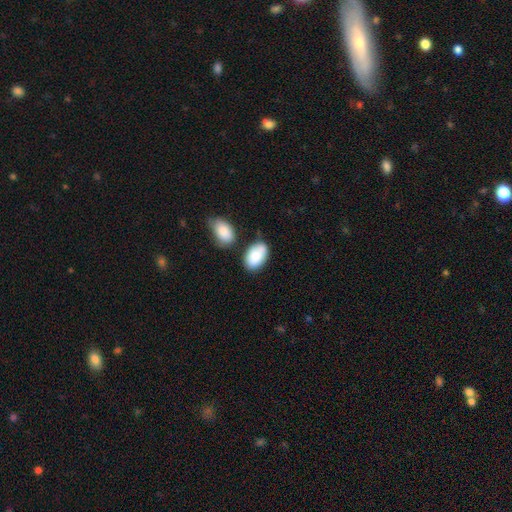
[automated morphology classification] This is clearly a smooth galaxy (85%). How rounded: clearly in between (92%). Merging: possibly none (55%).